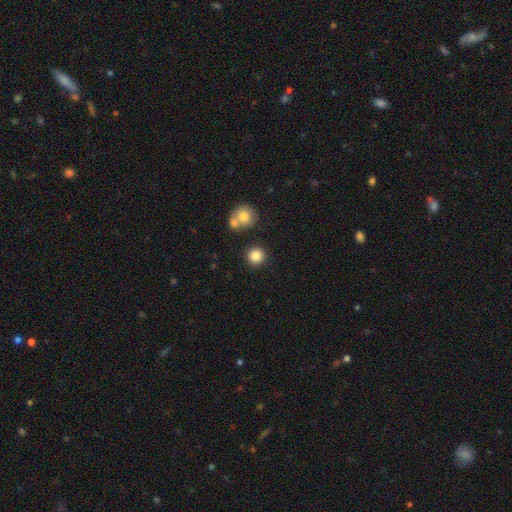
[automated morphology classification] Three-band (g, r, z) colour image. It shows a smooth galaxy with no disk features (84%) that is round (94%). Merging: none (86%).